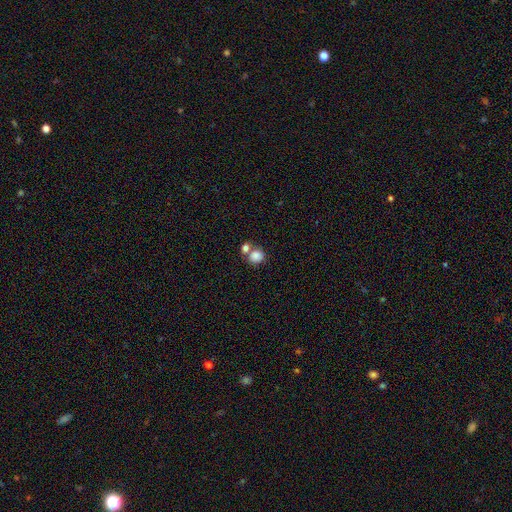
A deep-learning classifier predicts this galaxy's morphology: Smooth or featured? Predicted: smooth (p=0.83). How rounded? Predicted: round (p=0.79). Merging? Predicted: none (p=0.48).